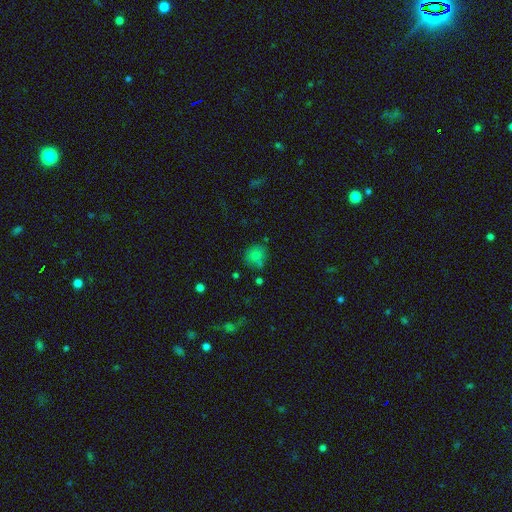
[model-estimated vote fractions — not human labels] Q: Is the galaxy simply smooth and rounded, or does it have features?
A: smooth — 77%.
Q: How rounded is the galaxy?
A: round — 81%.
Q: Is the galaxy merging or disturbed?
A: none — 68%.